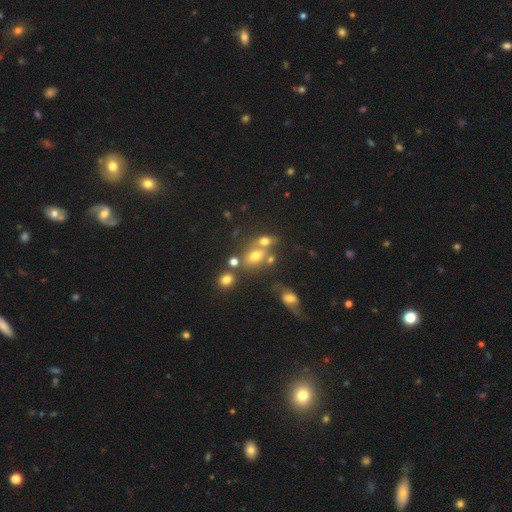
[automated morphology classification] A smooth galaxy with no disk features (56%) that is in between round and cigar-shaped (65%).

Vote fractions:
- Smooth or featured? smooth: 56% / featured or disk: 23% / star or artifact: 21%
- How rounded? in between: 65% / round: 31% / cigar-shaped: 5%
- Merging? none: 42% / merger: 38% / minor disturbance: 12% / major disturbance: 7%